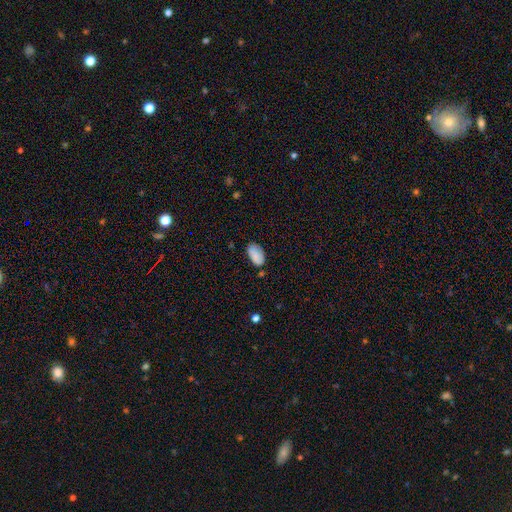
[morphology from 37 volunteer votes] A smooth galaxy with no disk features (78%) that is in between round and cigar-shaped (97%).

Vote fractions:
- Smooth or featured? smooth: 78% / featured or disk: 14% / star or artifact: 8%
- How rounded? in between: 97% / round: 3% / cigar-shaped: 0%
- Merging? none: 65% / minor disturbance: 26% / merger: 6% / major disturbance: 3%